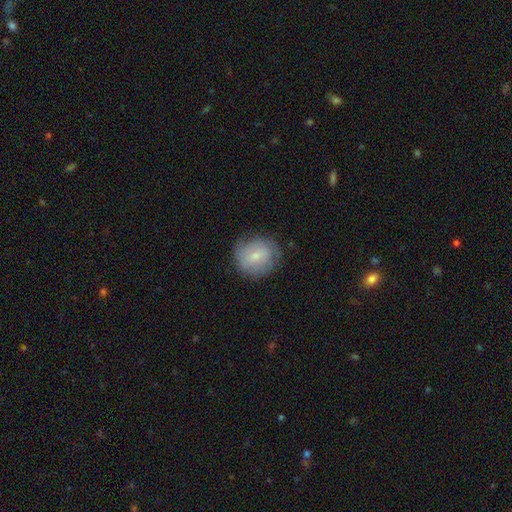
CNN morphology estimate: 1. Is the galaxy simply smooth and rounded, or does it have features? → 62% smooth, 30% featured or disk, 8% star or artifact.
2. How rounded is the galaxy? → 79% round, 20% in between, 1% cigar-shaped.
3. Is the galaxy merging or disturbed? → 73% none, 19% minor disturbance, 7% major disturbance, 1% merger.